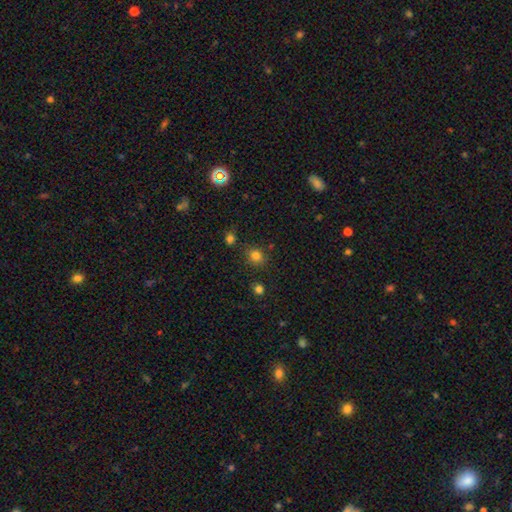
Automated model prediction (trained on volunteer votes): A smooth galaxy with no disk features (78%) that is round (76%). Merging: none (80%).